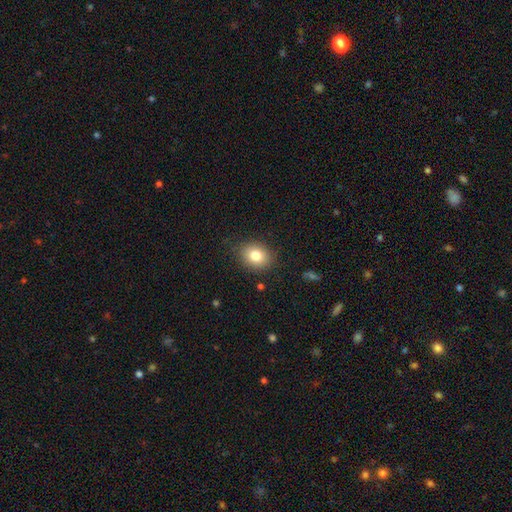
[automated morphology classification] This is clearly a smooth galaxy (81%). How rounded: possibly round (50%). Merging: clearly none (86%).